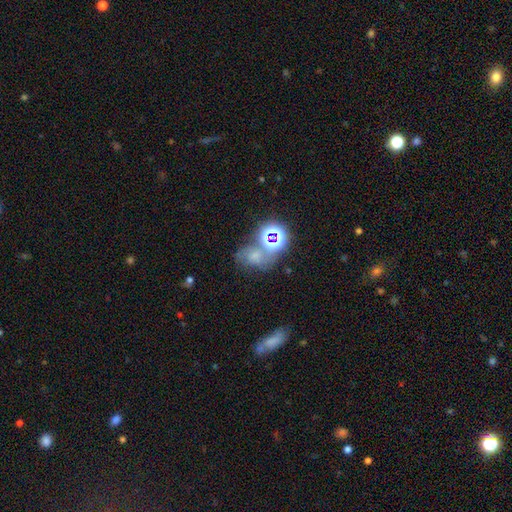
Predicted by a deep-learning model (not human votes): A smooth galaxy with no disk features (44%).

Vote fractions:
- Smooth or featured? smooth: 44% / star or artifact: 34% / featured or disk: 22%
- Merging? none: 40% / merger: 29% / minor disturbance: 17% / major disturbance: 14%